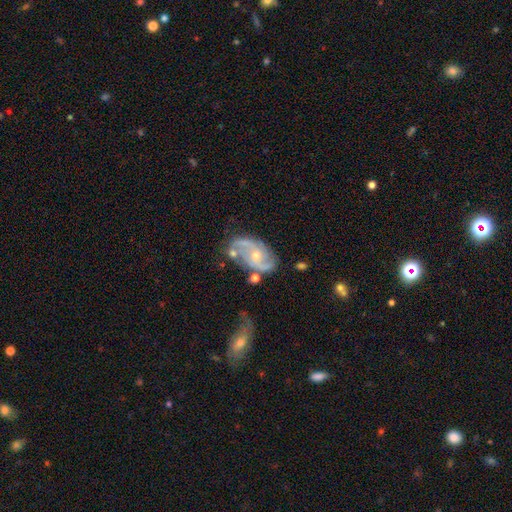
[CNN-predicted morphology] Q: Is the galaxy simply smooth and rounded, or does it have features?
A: featured or disk — 85%.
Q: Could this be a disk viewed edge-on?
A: no — 96%.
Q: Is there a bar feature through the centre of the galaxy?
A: no — 64%.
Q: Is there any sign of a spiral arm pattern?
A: yes — 94%.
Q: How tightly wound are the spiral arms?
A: medium — 48%.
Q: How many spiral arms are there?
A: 2 — 73%.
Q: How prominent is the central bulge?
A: small — 55%.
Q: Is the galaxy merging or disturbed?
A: none — 58%.